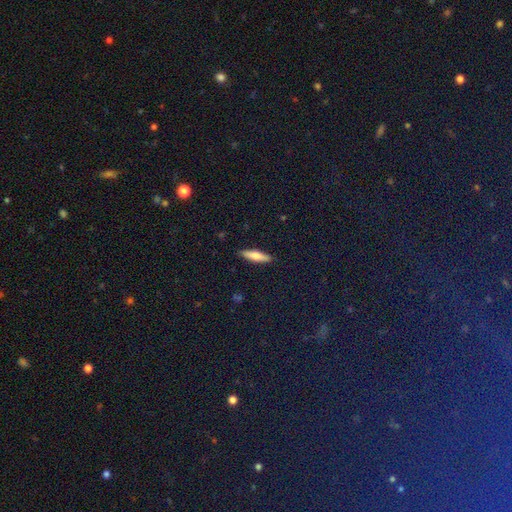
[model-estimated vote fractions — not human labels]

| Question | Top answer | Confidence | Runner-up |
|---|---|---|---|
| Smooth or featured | smooth | 70% | featured or disk (24%) |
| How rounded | cigar-shaped | 72% | in between (26%) |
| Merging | none | 90% | minor disturbance (8%) |